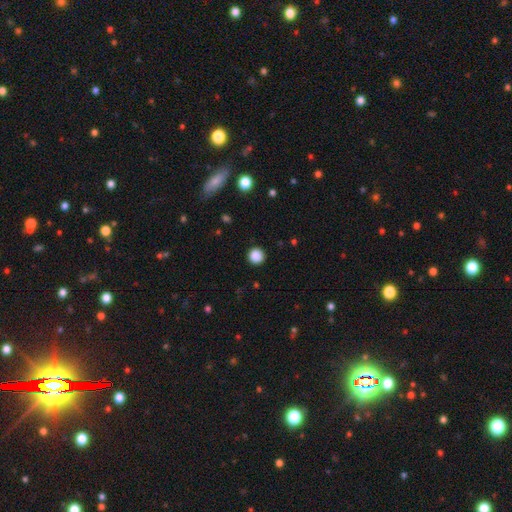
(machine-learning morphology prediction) Smooth or featured? Predicted: smooth (p=0.87). How rounded? Predicted: round (p=0.95). Merging? Predicted: none (p=0.92).